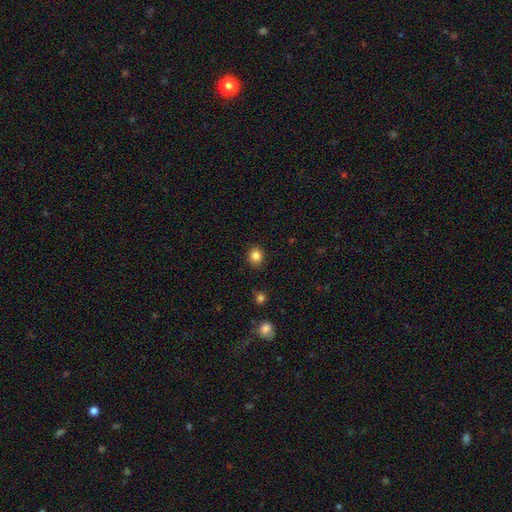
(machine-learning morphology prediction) The model was most divided on "how rounded": round: 76%, in between: 23%, cigar-shaped: 1%. More confident: merging — none (90%); smooth or featured — smooth (85%).